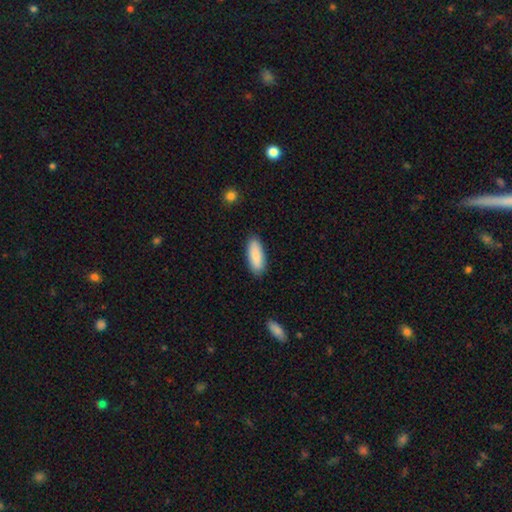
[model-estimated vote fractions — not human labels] Smooth or featured: smooth — 88% (featured or disk — 7%)
How rounded: in between — 73% (cigar-shaped — 26%)
Merging: none — 87% (minor disturbance — 9%)